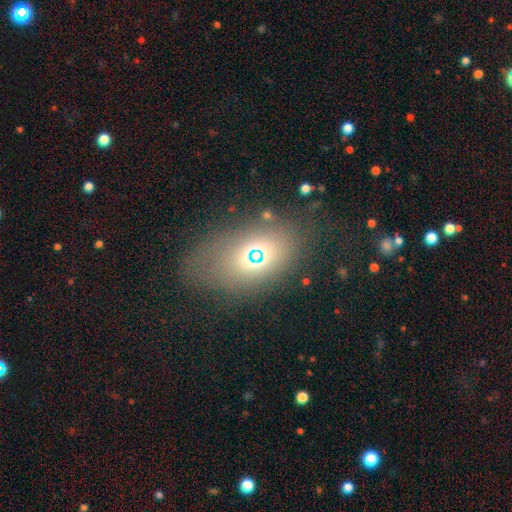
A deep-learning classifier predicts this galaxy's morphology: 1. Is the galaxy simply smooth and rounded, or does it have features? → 51% smooth, 29% star or artifact, 20% featured or disk.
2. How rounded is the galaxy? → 72% in between, 26% round, 3% cigar-shaped.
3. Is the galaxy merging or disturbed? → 74% none, 14% minor disturbance, 9% major disturbance, 3% merger.